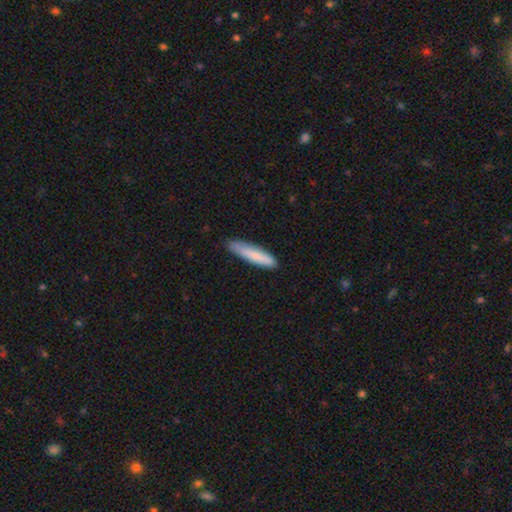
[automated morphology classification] Smooth or featured? Predicted: smooth (p=0.81). How rounded? Predicted: cigar-shaped (p=0.87). Merging? Predicted: none (p=0.81).